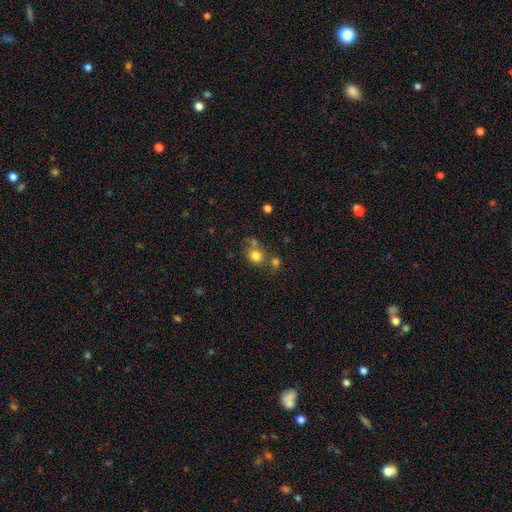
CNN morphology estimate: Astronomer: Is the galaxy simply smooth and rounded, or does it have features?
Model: smooth — 78%.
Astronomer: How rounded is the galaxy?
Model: round — 75%.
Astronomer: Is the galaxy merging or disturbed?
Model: none — 52% (runner-up: merger, 28%).